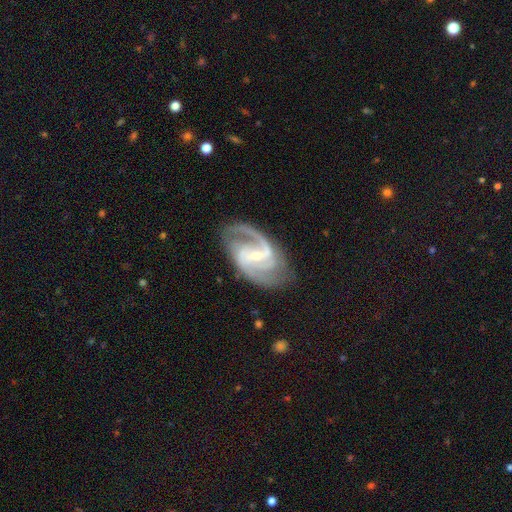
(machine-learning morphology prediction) Smooth or featured? Predicted: featured or disk (p=0.92). Edge-on disk? Predicted: no (p=0.97). Bar? Predicted: weak (p=0.43). Spiral arms? Predicted: yes (p=0.98). Spiral winding? Predicted: medium (p=0.59). Spiral arm count? Predicted: 2 (p=0.79). Bulge size? Predicted: small (p=0.69). Merging? Predicted: none (p=0.76).